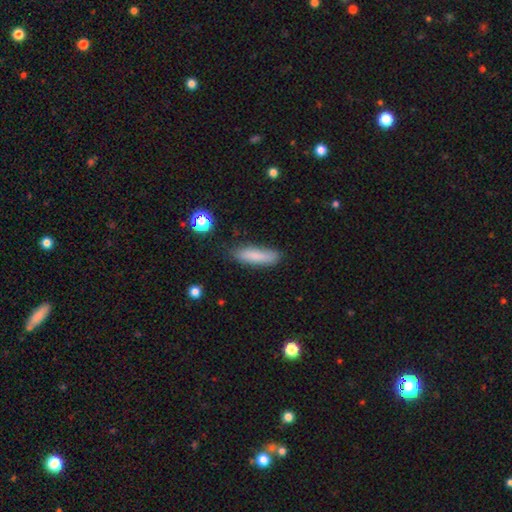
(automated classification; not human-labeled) This appears to be a smooth galaxy with no disk features (82%) that is cigar-shaped (69%). Merging: none (79%).